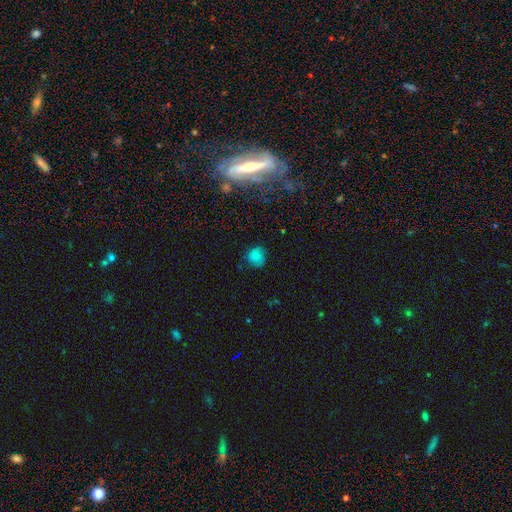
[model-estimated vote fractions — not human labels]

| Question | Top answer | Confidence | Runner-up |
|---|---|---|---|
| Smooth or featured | smooth | 72% | star or artifact (14%) |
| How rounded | round | 78% | in between (21%) |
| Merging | none | 68% | minor disturbance (23%) |